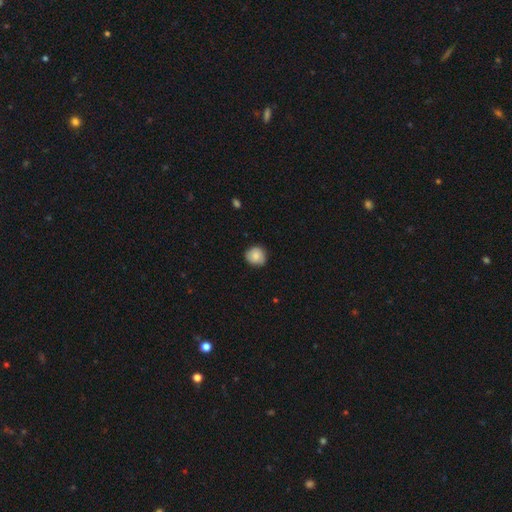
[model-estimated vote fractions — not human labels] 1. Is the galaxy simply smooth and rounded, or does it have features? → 82% smooth, 10% featured or disk, 8% star or artifact.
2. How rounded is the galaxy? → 88% round, 11% in between, 1% cigar-shaped.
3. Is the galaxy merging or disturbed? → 83% none, 14% minor disturbance, 2% major disturbance, 1% merger.